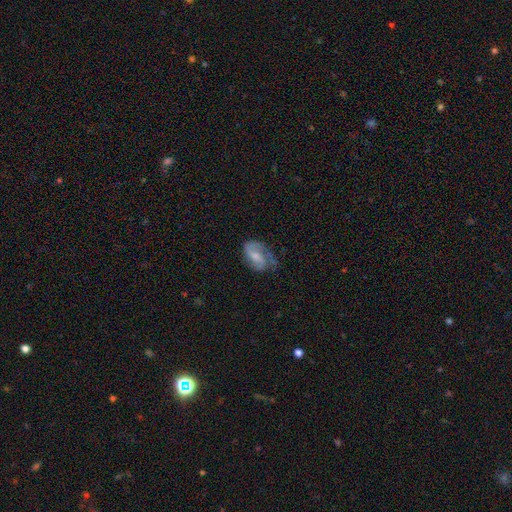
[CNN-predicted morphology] Q: Smooth or featured?
A: featured or disk (63%); runner-up: smooth (30%)
Q: Edge-on disk?
A: no (96%); runner-up: yes (4%)
Q: Bar?
A: no (44%); runner-up: weak (43%)
Q: Spiral arms?
A: yes (87%); runner-up: no (13%)
Q: Spiral winding?
A: medium (44%); runner-up: loose (30%)
Q: Spiral arm count?
A: 2 (58%); runner-up: 1 (20%)
Q: Bulge size?
A: moderate (45%); runner-up: small (38%)
Q: Merging?
A: none (48%); runner-up: minor disturbance (29%)